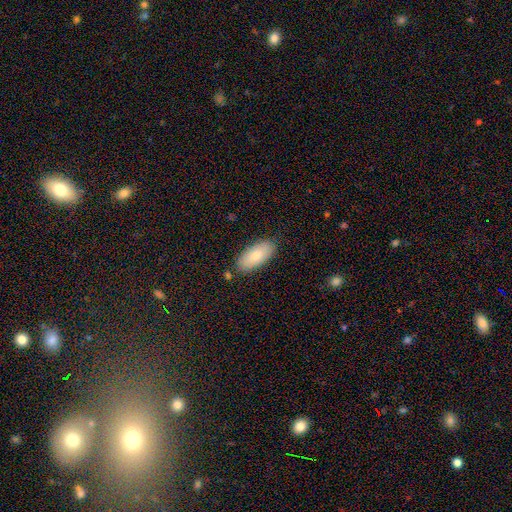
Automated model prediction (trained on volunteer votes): Smooth or featured: smooth — 83% (featured or disk — 11%)
How rounded: in between — 88% (cigar-shaped — 10%)
Merging: none — 84% (minor disturbance — 11%)